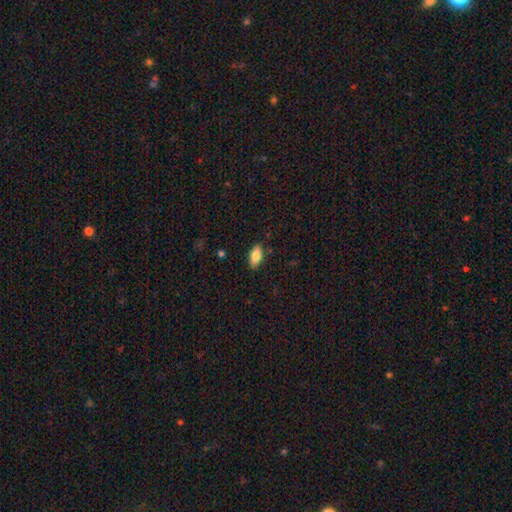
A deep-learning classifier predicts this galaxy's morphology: smooth-or-featured: smooth: 83% | featured or disk: 10% | star or artifact: 7%
  how-rounded: in between: 90% | cigar-shaped: 7% | round: 3%
  merging: none: 87% | minor disturbance: 10% | major disturbance: 2% | merger: 1%